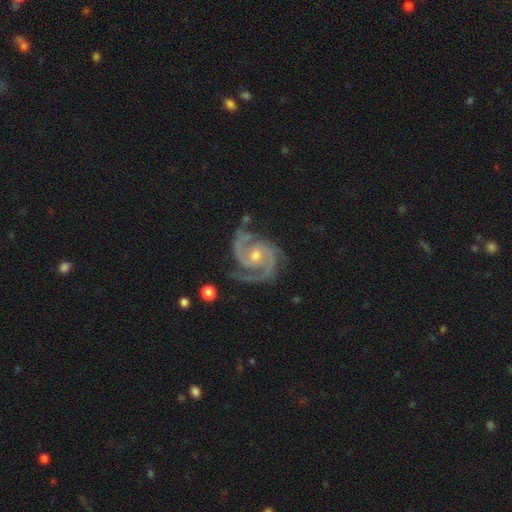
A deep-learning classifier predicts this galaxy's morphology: Overall: featured or disk (94%). Edge-on disk: no (98%). Bar: no (60%; weak 31%). Spiral arms: yes (99%). Spiral arm count: 2 (62%; 3 27%). Spiral winding: tight (49%; medium 45%). Bulge size: moderate (55%; small 41%). Merging: none (72%).